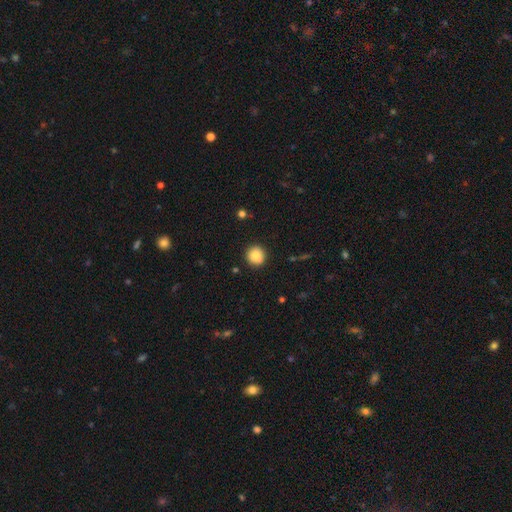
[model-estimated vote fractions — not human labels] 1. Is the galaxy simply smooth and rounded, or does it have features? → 85% smooth, 9% star or artifact, 6% featured or disk.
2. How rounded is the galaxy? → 92% round, 7% in between, 1% cigar-shaped.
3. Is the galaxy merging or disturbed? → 91% none, 6% minor disturbance, 2% major disturbance, 1% merger.